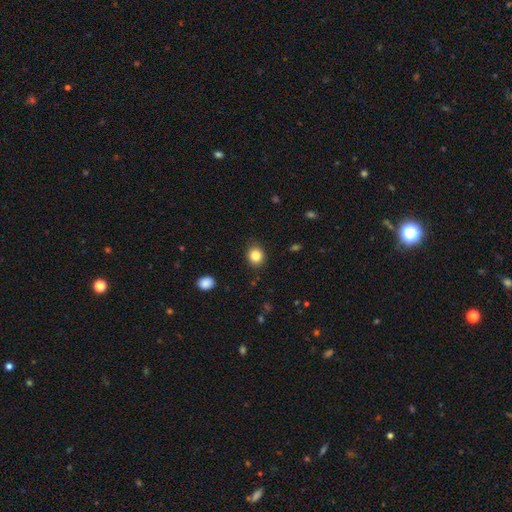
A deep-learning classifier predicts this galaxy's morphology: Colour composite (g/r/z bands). It shows a smooth galaxy with no disk features (84%) that is round (72%). Merging: none (86%).